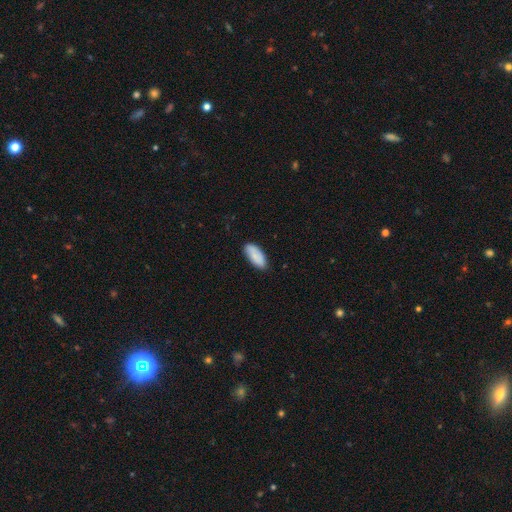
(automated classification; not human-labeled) Morphology: type=smooth (85%); roundness=in between (86%); merging=none (85%).